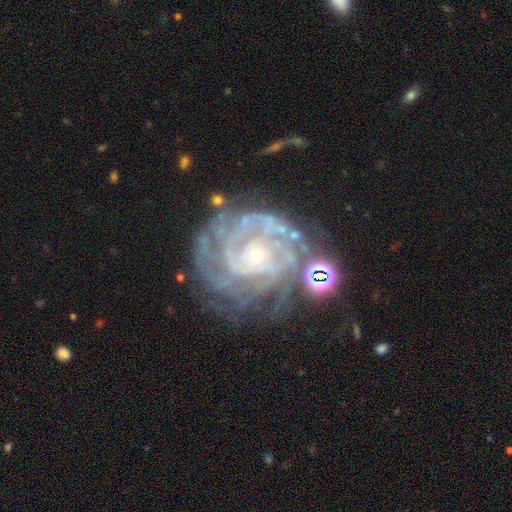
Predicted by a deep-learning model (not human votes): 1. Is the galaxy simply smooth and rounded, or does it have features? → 88% featured or disk, 7% star or artifact, 5% smooth.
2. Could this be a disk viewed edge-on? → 98% no, 2% yes.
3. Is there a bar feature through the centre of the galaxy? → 75% no, 19% weak, 6% strong.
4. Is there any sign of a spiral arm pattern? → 96% yes, 4% no.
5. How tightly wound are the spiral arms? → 74% tight, 22% medium, 4% loose.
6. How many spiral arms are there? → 27% can't tell, 23% 4, 19% 3, 13% more than 4, 12% 2, 7% 1.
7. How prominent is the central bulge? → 81% small, 15% moderate, 2% none, 1% large, 1% dominant.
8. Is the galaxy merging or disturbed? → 62% none, 20% minor disturbance, 13% major disturbance, 5% merger.